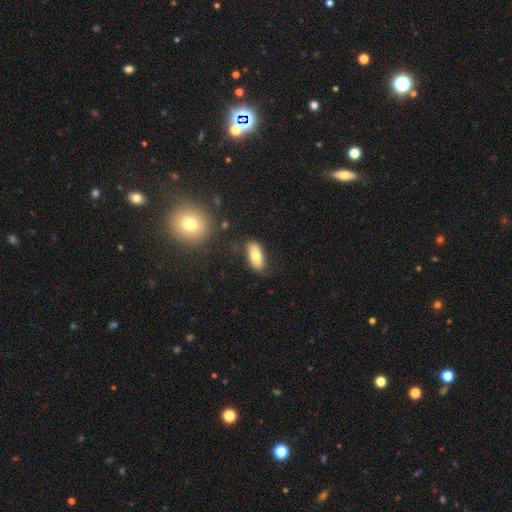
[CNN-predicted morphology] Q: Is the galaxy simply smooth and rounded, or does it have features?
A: smooth — 76%.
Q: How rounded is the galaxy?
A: in between — 86%.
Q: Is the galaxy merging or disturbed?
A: none — 79%.